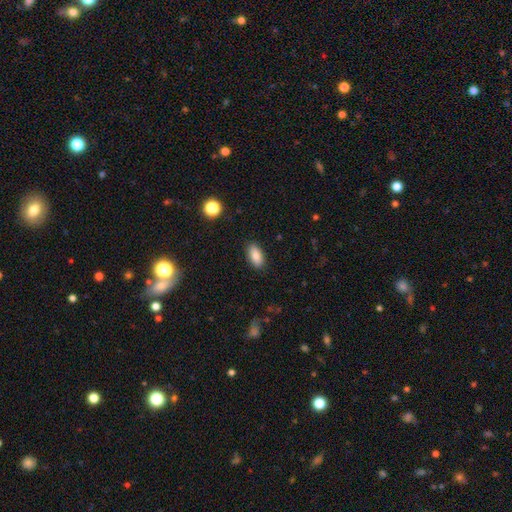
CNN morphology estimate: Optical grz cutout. It shows a smooth galaxy with no disk features (85%) that is in between round and cigar-shaped (90%). Merging: none (88%).